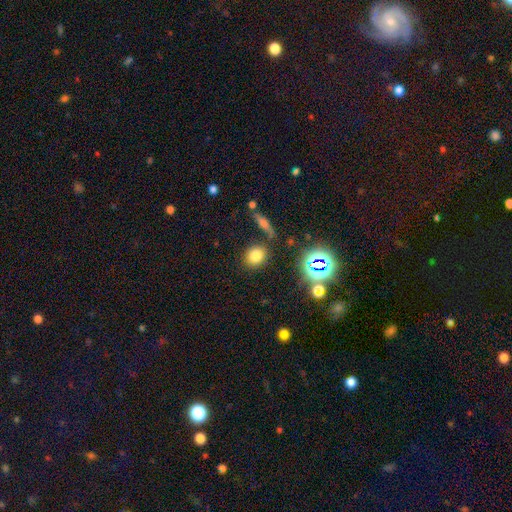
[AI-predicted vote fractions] A smooth galaxy with no disk features (74%) that is round (64%). Merging: none (81%).